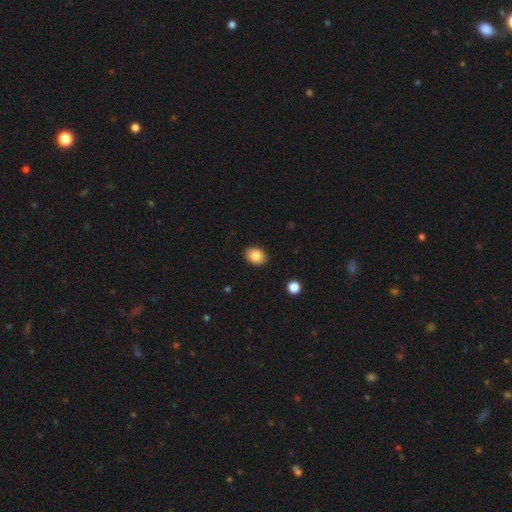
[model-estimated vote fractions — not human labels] A smooth galaxy with no disk features (85%) that is in between round and cigar-shaped (71%).

Vote fractions:
- Smooth or featured? smooth: 85% / star or artifact: 8% / featured or disk: 7%
- How rounded? in between: 71% / round: 28% / cigar-shaped: 1%
- Merging? none: 89% / minor disturbance: 8% / major disturbance: 2% / merger: 1%